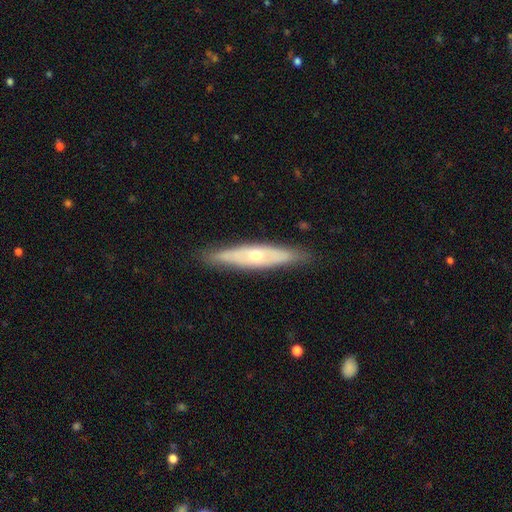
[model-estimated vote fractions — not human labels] The model was most divided on "edge-on disk": yes: 62%, no: 38%. More confident: merging — none (83%); smooth or featured — featured or disk (63%).